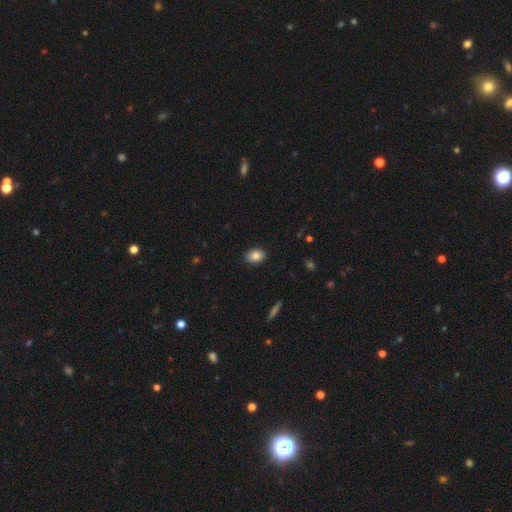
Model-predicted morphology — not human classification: Q: Smooth or featured?
A: smooth (85%); runner-up: star or artifact (8%)
Q: How rounded?
A: in between (82%); runner-up: round (17%)
Q: Merging?
A: none (87%); runner-up: minor disturbance (10%)